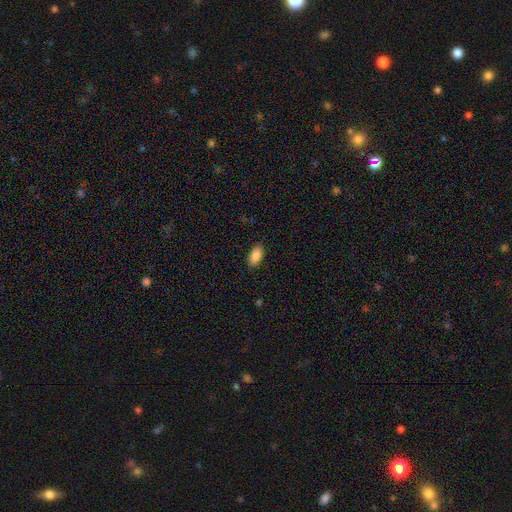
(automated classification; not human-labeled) Q: Smooth or featured?
A: smooth (88%); runner-up: star or artifact (7%)
Q: How rounded?
A: in between (93%); runner-up: cigar-shaped (5%)
Q: Merging?
A: none (87%); runner-up: minor disturbance (10%)